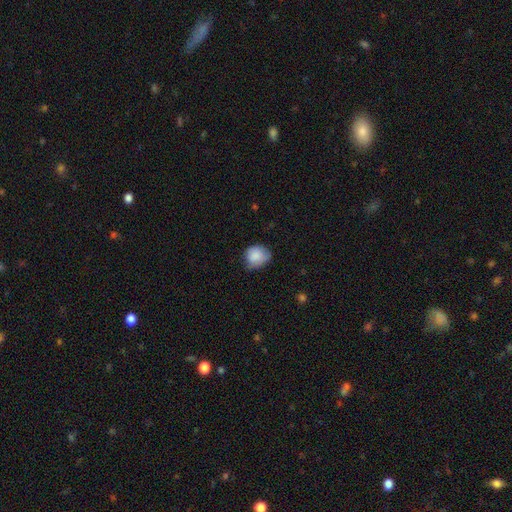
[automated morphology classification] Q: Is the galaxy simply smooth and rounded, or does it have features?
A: smooth — 84%.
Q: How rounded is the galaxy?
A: round — 70%.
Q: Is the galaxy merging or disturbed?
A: none — 57%.